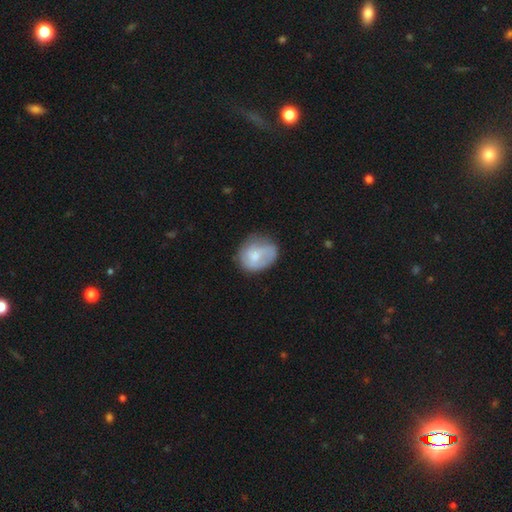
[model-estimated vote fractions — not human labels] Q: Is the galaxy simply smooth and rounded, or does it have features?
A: smooth — 54%.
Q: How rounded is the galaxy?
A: round — 58%.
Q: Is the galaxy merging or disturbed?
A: none — 52%.